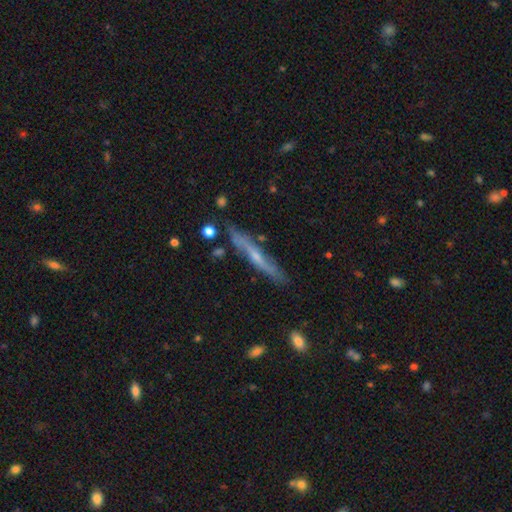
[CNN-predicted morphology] Smooth or featured: featured or disk — 63% (smooth — 27%)
Edge-on disk: yes — 92% (no — 8%)
Edge-on bulge: rounded — 62% (none — 33%)
Merging: none — 83% (minor disturbance — 12%)